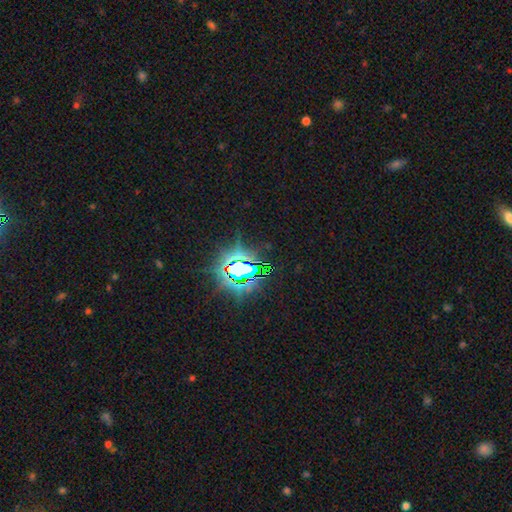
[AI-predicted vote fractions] star or artifact 82%, smooth 11%, featured or disk 8%.